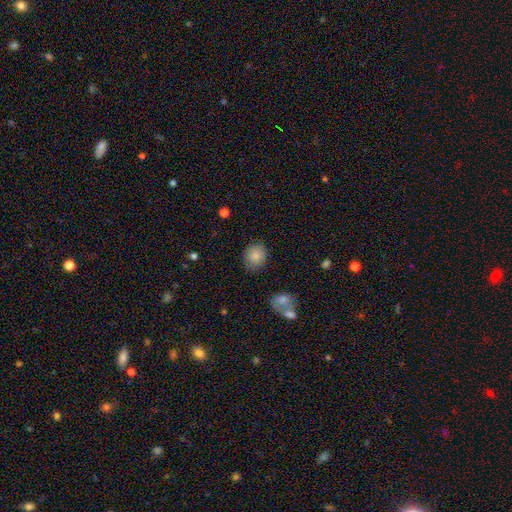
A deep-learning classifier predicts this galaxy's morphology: Q: Smooth or featured?
A: smooth (84%); runner-up: star or artifact (8%)
Q: How rounded?
A: round (63%); runner-up: in between (36%)
Q: Merging?
A: none (81%); runner-up: minor disturbance (13%)